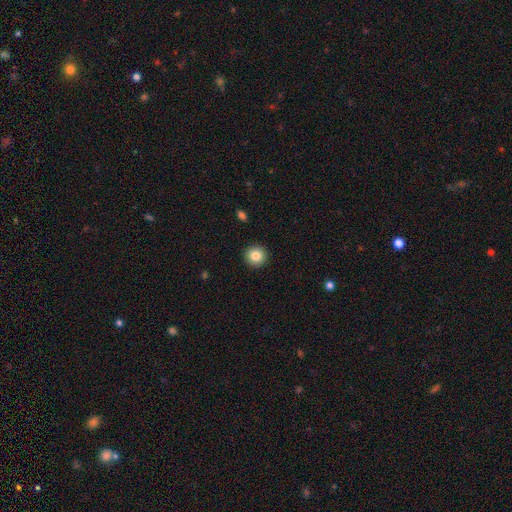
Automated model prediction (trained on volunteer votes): Q: Smooth or featured?
A: smooth (84%); runner-up: star or artifact (9%)
Q: How rounded?
A: round (95%); runner-up: in between (4%)
Q: Merging?
A: none (93%); runner-up: minor disturbance (4%)